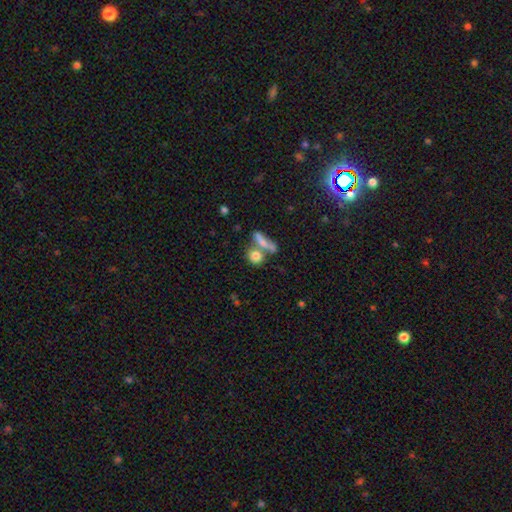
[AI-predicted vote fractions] Smooth or featured: smooth — 77% (featured or disk — 13%)
How rounded: round — 65% (in between — 25%)
Merging: none — 51% (merger — 34%)